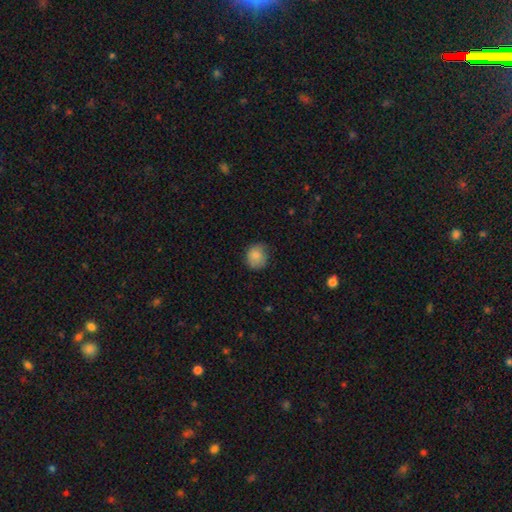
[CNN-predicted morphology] Smooth or featured? Predicted: smooth (p=0.84). How rounded? Predicted: round (p=0.78). Merging? Predicted: none (p=0.67).